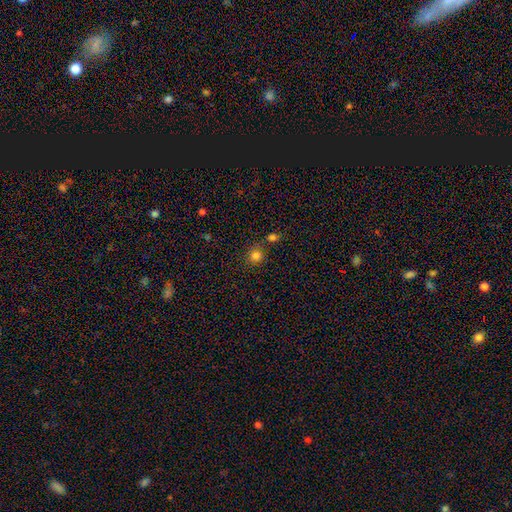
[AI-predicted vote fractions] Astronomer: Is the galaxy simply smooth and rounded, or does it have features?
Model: smooth — 82%.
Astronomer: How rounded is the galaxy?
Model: round — 89%.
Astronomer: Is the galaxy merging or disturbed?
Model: none — 72%.